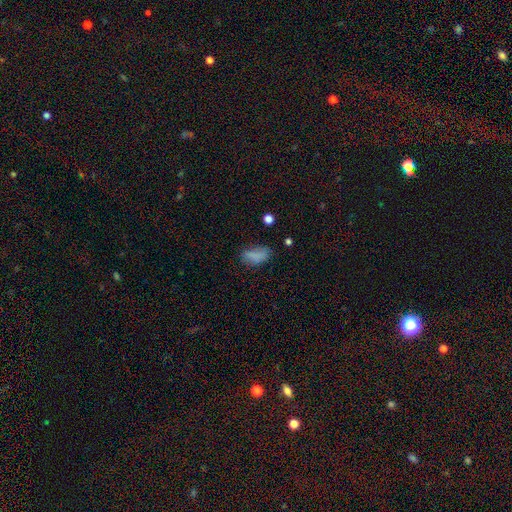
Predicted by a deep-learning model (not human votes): Smooth or featured? smooth (79%)
How rounded? in between (86%)
Merging? none (56%)